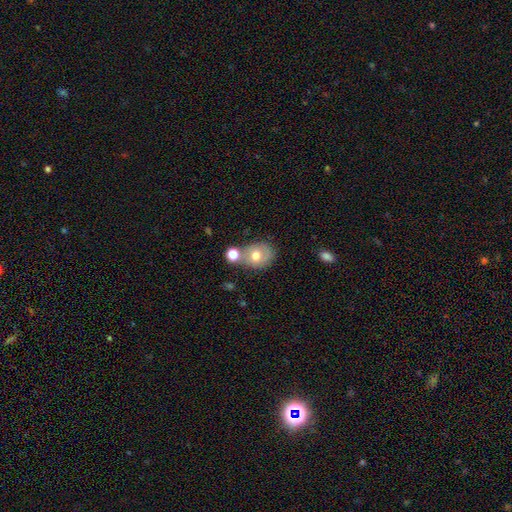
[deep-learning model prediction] Smooth or featured: smooth — 64% (featured or disk — 26%)
How rounded: round — 51% (in between — 47%)
Merging: none — 48% (merger — 28%)